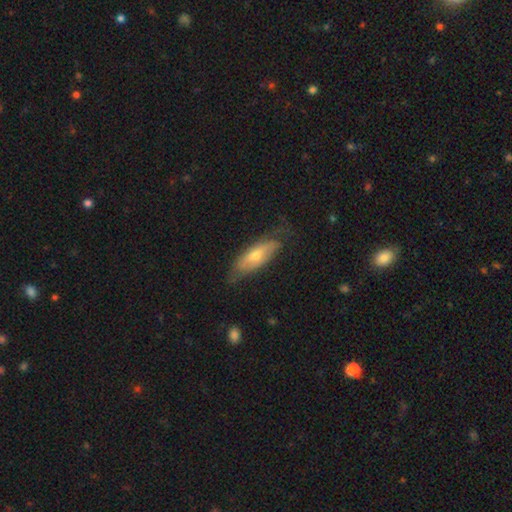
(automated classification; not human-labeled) Morphology: type=smooth (51%); roundness=in between (62%); merging=none (63%).